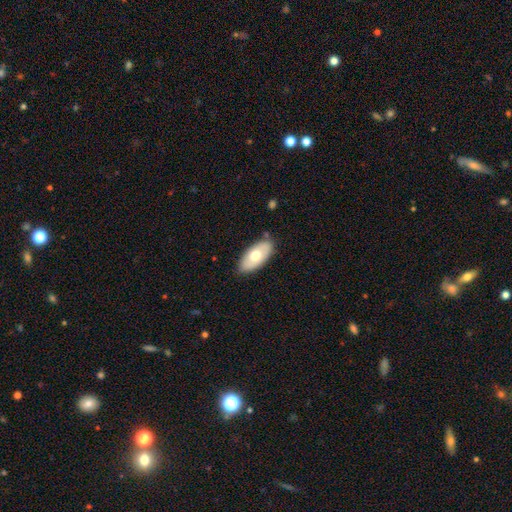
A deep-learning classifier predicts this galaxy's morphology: type=smooth (61%); roundness=in between (93%); merging=none (82%).